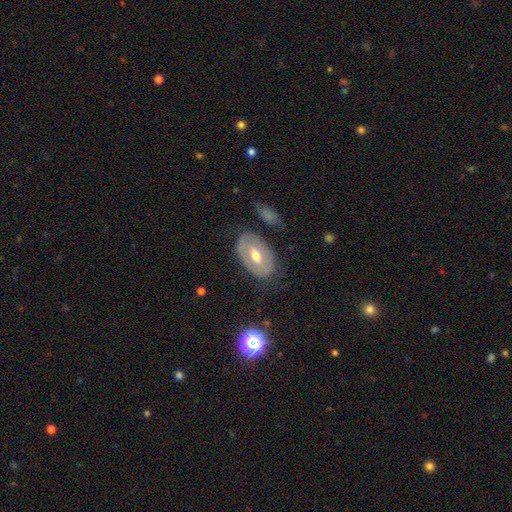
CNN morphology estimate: type=featured or disk (52%); edge-on=no (90%); merging=none (74%).